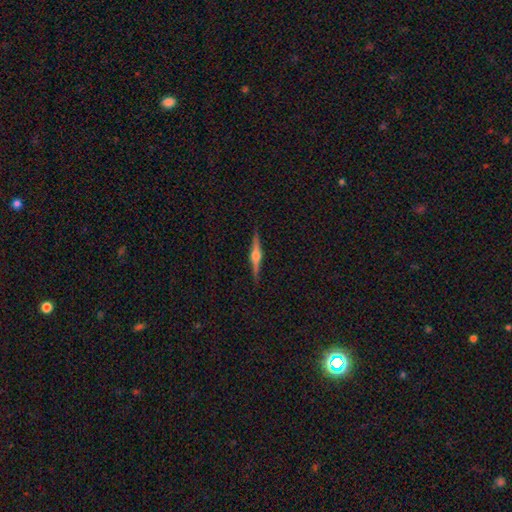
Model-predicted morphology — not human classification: Smooth or featured? Predicted: featured or disk (p=0.80). Edge-on disk? Predicted: yes (p=0.98). Edge-on bulge? Predicted: rounded (p=0.93). Merging? Predicted: none (p=0.91).